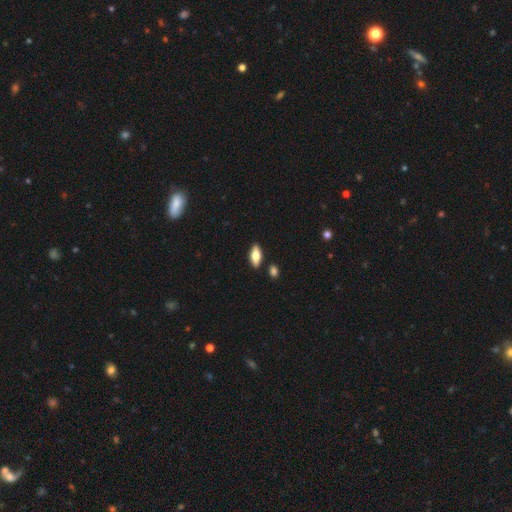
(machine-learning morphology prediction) Smooth or featured?
  - smooth: 64% *
  - featured or disk: 29%
  - star or artifact: 6%
How rounded?
  - in between: 79% *
  - cigar-shaped: 18%
  - round: 3%
Merging?
  - none: 87% *
  - minor disturbance: 8%
  - merger: 3%
  - major disturbance: 2%